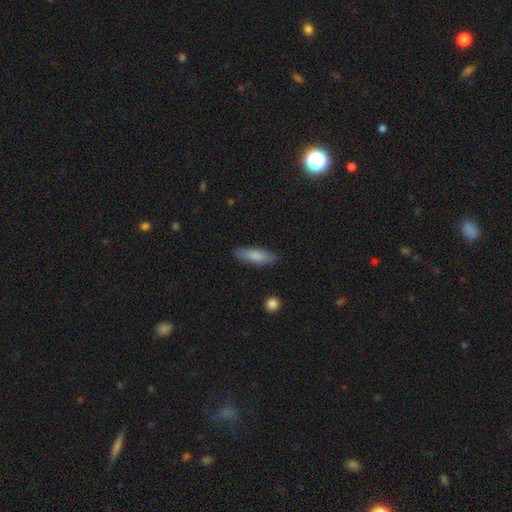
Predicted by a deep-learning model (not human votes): smooth-or-featured: smooth: 83% | featured or disk: 11% | star or artifact: 6%
  how-rounded: cigar-shaped: 49% (tied) | in between: 49% (tied) | round: 2%
  merging: none: 86% | minor disturbance: 11% | major disturbance: 2% | merger: 1%